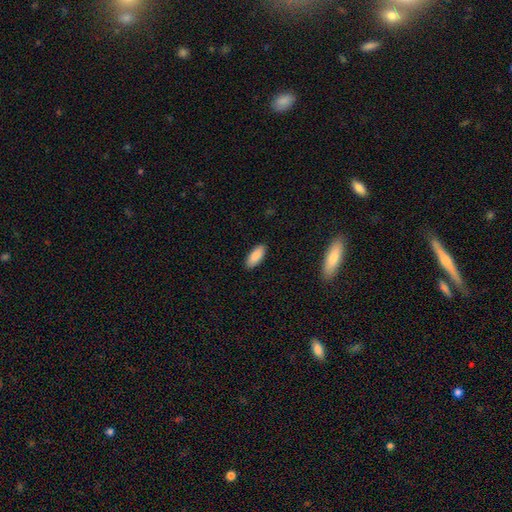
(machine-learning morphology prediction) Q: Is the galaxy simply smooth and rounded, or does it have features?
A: smooth — 87%.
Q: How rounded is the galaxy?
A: in between — 84%.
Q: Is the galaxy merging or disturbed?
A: none — 89%.